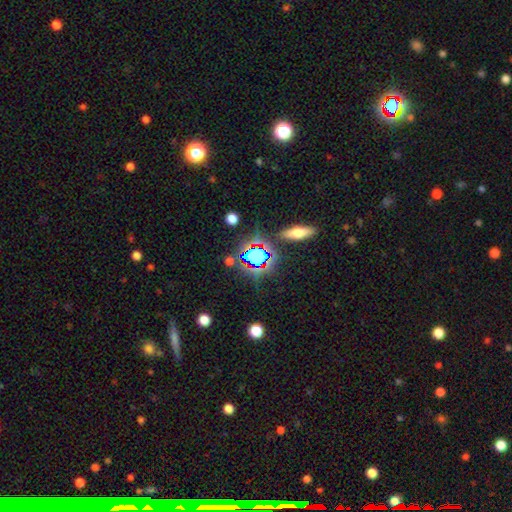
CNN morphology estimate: This appears to be a star or artifact, not a galaxy (61%).